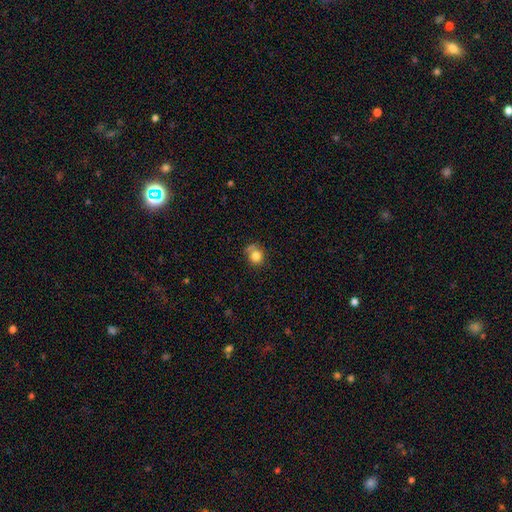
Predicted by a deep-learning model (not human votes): A smooth galaxy with no disk features (81%) that is round (73%). Merging: none (57%).